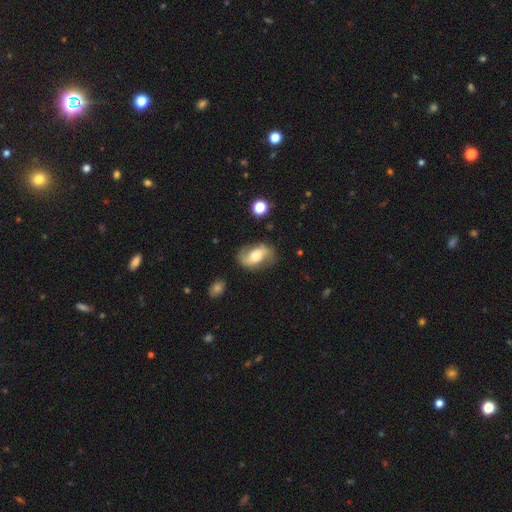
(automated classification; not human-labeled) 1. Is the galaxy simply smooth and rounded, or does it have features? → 59% featured or disk, 33% smooth, 8% star or artifact.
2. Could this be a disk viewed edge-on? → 95% no, 5% yes.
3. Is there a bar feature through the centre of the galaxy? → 45% no, 36% weak, 19% strong.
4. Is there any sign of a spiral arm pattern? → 86% yes, 14% no.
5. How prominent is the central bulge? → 53% moderate, 24% small, 17% large, 3% none, 3% dominant.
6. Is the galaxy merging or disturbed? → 71% none, 19% minor disturbance, 8% major disturbance, 2% merger.